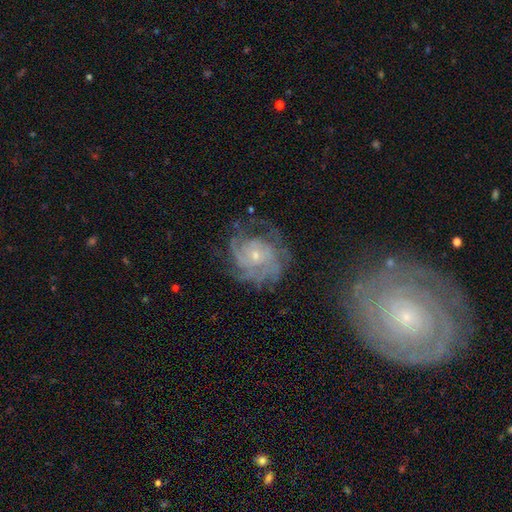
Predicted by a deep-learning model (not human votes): A featured or disk galaxy (82%) with no bar (78%), tight (59%) spiral arms (91%) and a small central bulge (71%). Merging: none (62%).